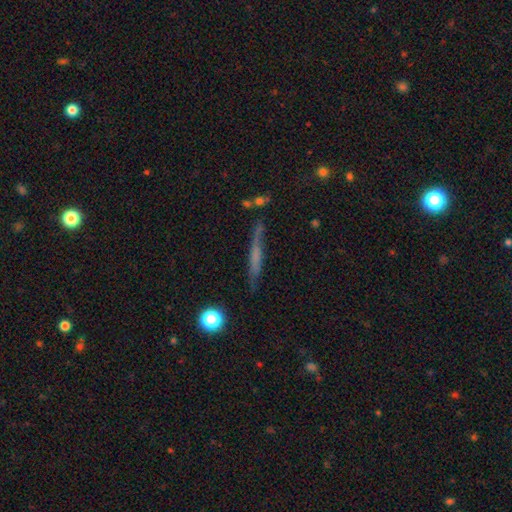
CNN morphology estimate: Smooth or featured?
  - featured or disk: 47% *
  - smooth: 41%
  - star or artifact: 12%
Merging?
  - none: 76% *
  - minor disturbance: 15%
  - major disturbance: 5%
  - merger: 5%